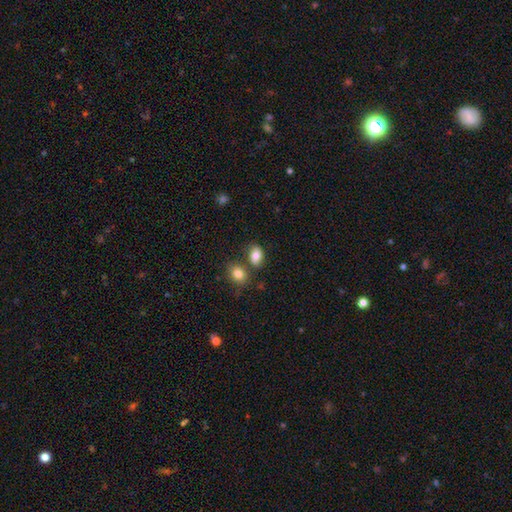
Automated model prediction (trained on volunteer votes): smooth 81%, featured or disk 11%, star or artifact 9%. Down the decision tree: how rounded — in between (79%); merging — none (65%).